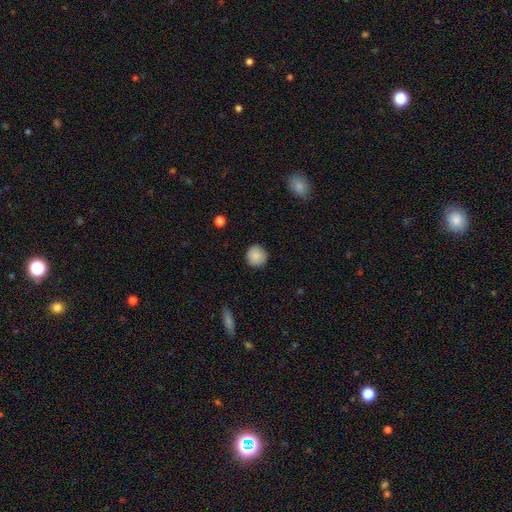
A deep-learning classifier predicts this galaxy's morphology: smooth-or-featured: smooth: 88% | star or artifact: 8% | featured or disk: 5%
  how-rounded: round: 93% | in between: 6% | cigar-shaped: 1%
  merging: none: 89% | minor disturbance: 8% | major disturbance: 2% | merger: 1%